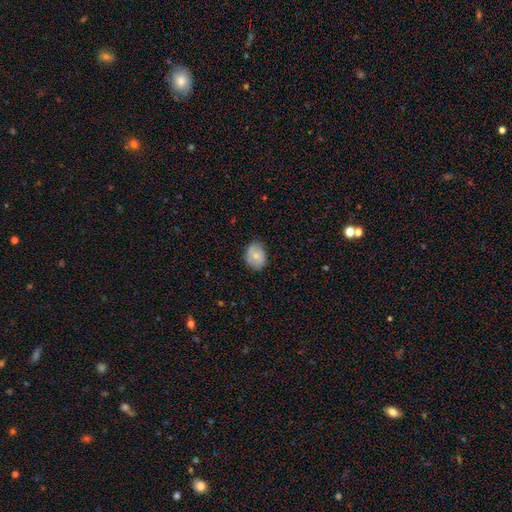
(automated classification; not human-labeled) Smooth or featured? smooth (68%)
How rounded? in between (61%)
Merging? none (76%)